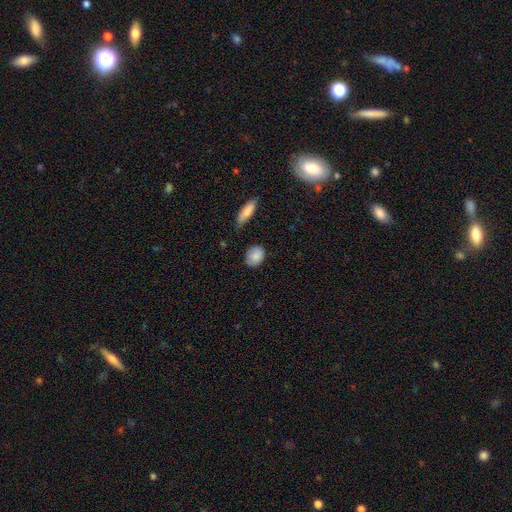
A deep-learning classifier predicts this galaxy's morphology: A smooth galaxy with no disk features (85%) that is round (51%). Merging: none (70%).